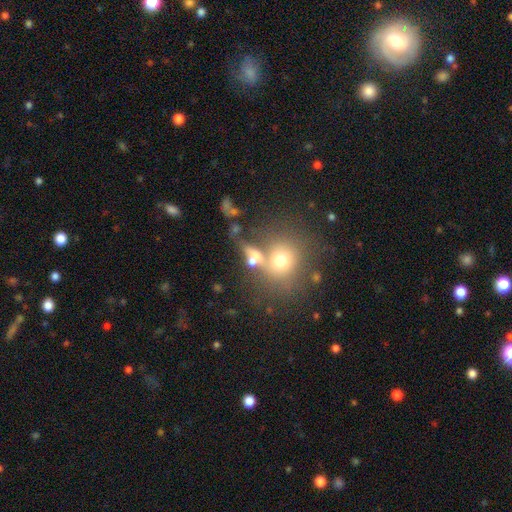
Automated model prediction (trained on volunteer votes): smooth 60%, featured or disk 23%, star or artifact 17%. Down the decision tree: how rounded — round (47%); merging — merger (45%).